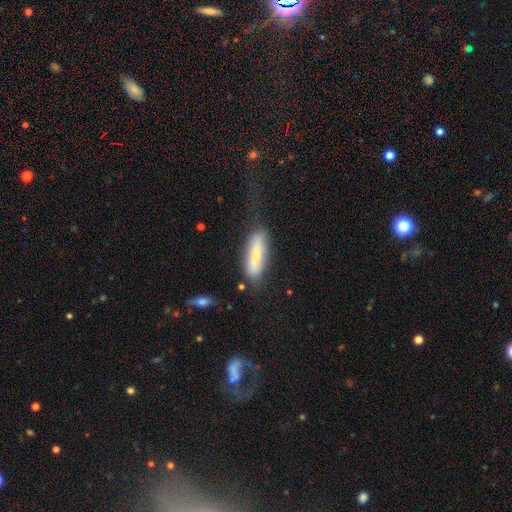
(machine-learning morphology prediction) The model was most divided on "how rounded": cigar-shaped: 58%, in between: 40%, round: 2%. More confident: smooth or featured — smooth (72%); merging — none (63%).